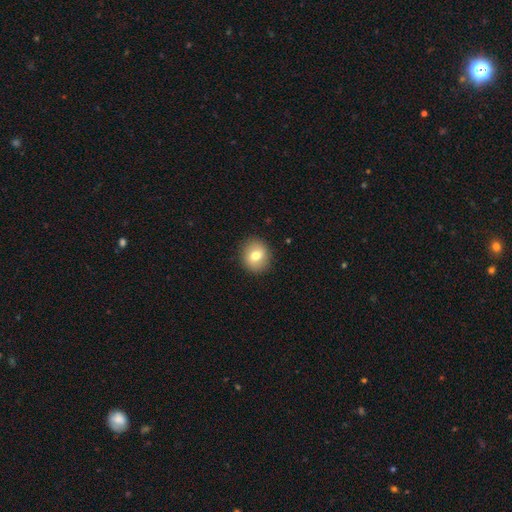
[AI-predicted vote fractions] smooth_or_featured: smooth (p=0.75) [alt: featured or disk p=0.16]
how_rounded: round (p=0.81) [alt: in between p=0.18]
merging: none (p=0.90) [alt: minor disturbance p=0.07]